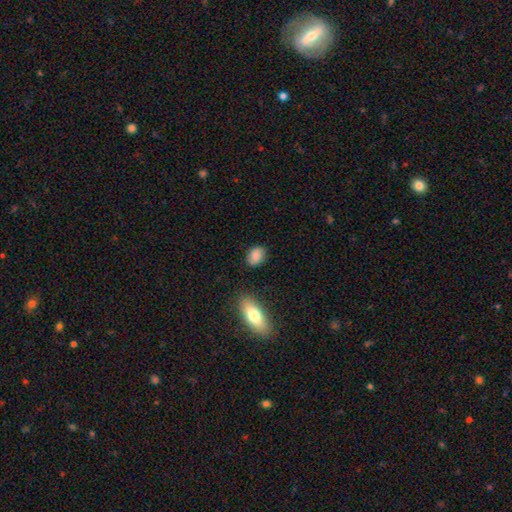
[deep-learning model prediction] Morphology: type=smooth (87%); roundness=in between (74%); merging=none (84%).